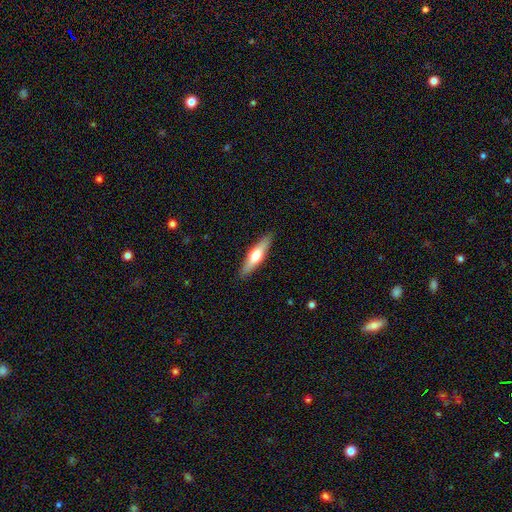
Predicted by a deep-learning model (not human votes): Smooth or featured? Predicted: smooth (p=0.49). Merging? Predicted: none (p=0.90).